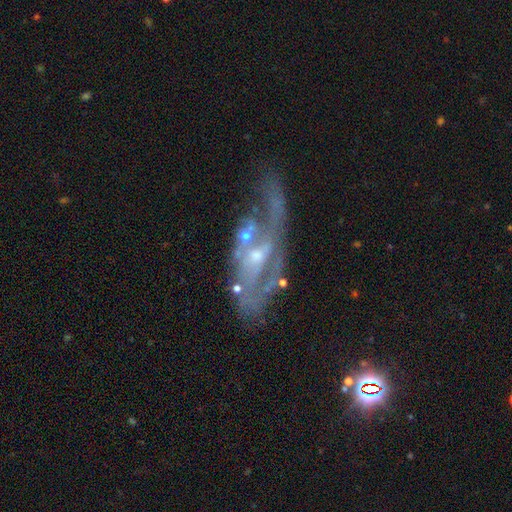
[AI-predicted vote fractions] Smooth or featured?
  - featured or disk: 78% *
  - smooth: 11%
  - star or artifact: 11%
Edge-on disk?
  - no: 88% *
  - yes: 12%
Bar?
  - no: 53% *
  - weak: 37%
  - strong: 10%
Spiral arms?
  - yes: 76% *
  - no: 24%
Spiral winding?
  - medium: 40% *
  - loose: 32%
  - tight: 28%
Spiral arm count?
  - 2: 38% *
  - can't tell: 35%
  - 1: 15%
  - 3: 6%
  - 4: 3%
  - more than 4: 3%
Bulge size?
  - small: 63% *
  - moderate: 26%
  - none: 8%
  - large: 2%
  - dominant: 1%
Merging?
  - none: 46% *
  - major disturbance: 22%
  - minor disturbance: 20%
  - merger: 13%